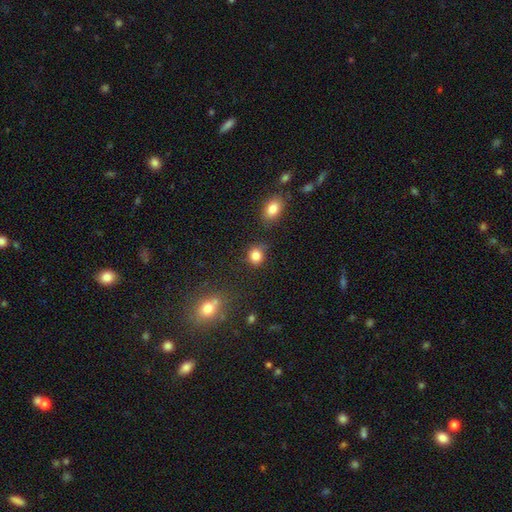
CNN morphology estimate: A smooth galaxy with no disk features (84%) that is round (77%).

Vote fractions:
- Smooth or featured? smooth: 84% / star or artifact: 11% / featured or disk: 5%
- How rounded? round: 77% / in between: 22% / cigar-shaped: 1%
- Merging? none: 69% / minor disturbance: 20% / major disturbance: 6% / merger: 6%